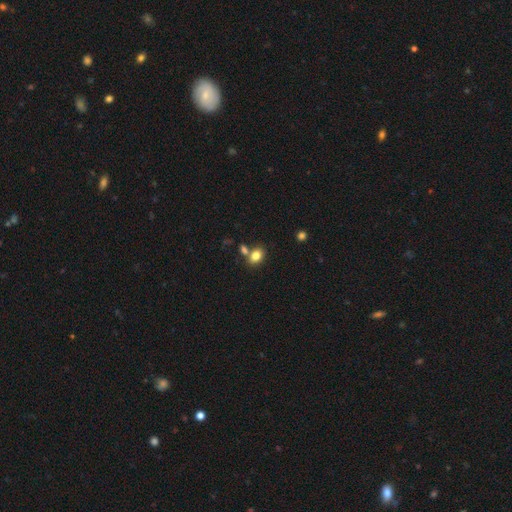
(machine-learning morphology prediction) A smooth galaxy with no disk features (82%) that is in between round and cigar-shaped (75%). Merging: none (61%).